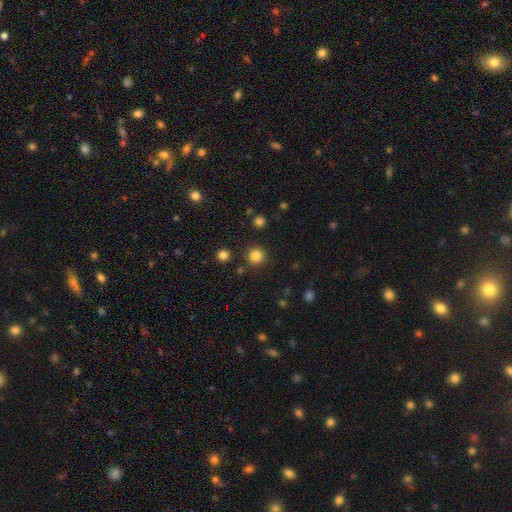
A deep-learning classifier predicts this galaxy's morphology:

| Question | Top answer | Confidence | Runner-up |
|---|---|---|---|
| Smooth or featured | smooth | 84% | star or artifact (12%) |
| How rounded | round | 95% | in between (4%) |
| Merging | none | 89% | minor disturbance (5%) |